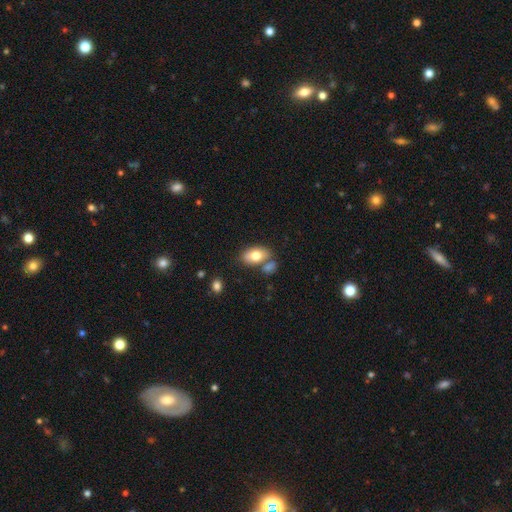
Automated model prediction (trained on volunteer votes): Smooth or featured? smooth (75%)
How rounded? in between (91%)
Merging? none (62%)